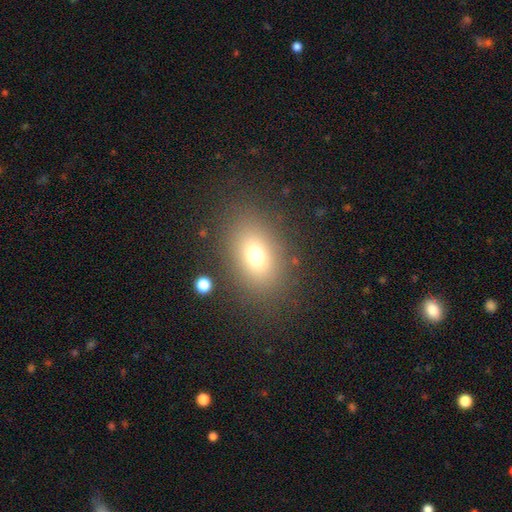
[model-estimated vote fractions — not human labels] This appears to be a smooth galaxy with no disk features (71%) that is in between round and cigar-shaped (71%). Merging: none (83%).